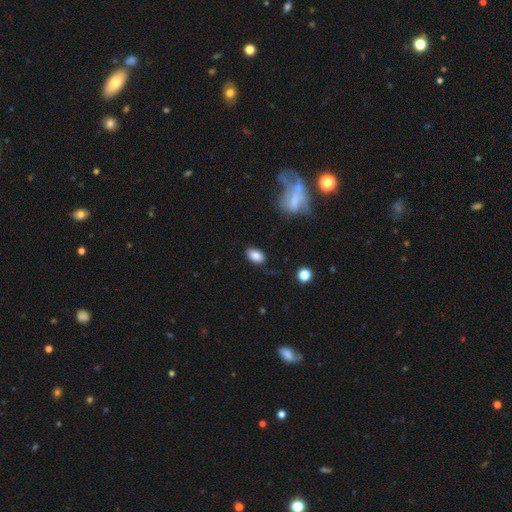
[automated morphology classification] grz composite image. It shows a smooth galaxy with no disk features (84%) that is in between round and cigar-shaped (90%). Merging: none (77%).